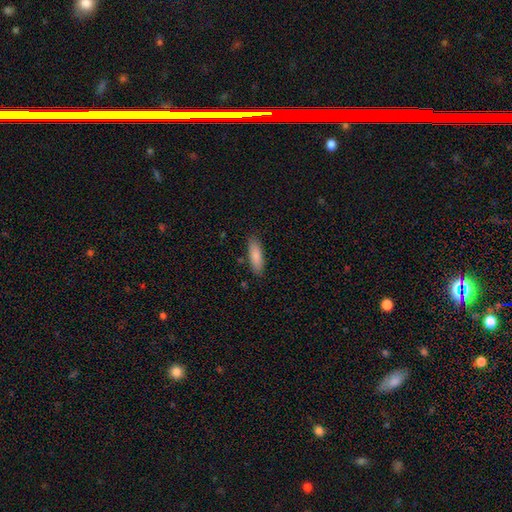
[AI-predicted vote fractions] Smooth or featured: smooth — 85% (featured or disk — 9%)
How rounded: in between — 50% (cigar-shaped — 49%)
Merging: none — 86% (minor disturbance — 10%)